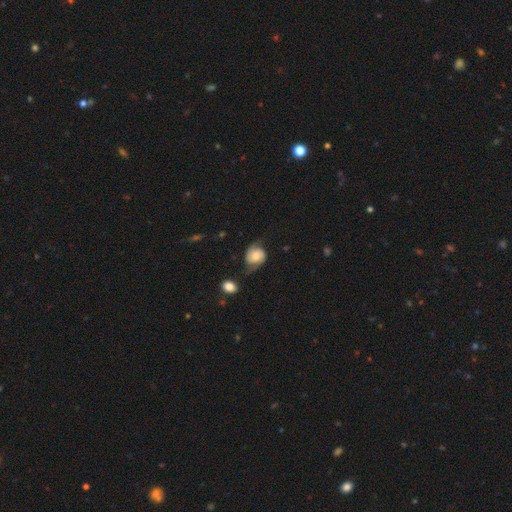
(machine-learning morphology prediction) Smooth or featured: featured or disk — 59% (smooth — 32%)
Edge-on disk: no — 97% (yes — 3%)
Bar: no — 69% (weak — 26%)
Spiral arms: yes — 91% (no — 9%)
Spiral winding: medium — 41% (loose — 36%)
Spiral arm count: 2 — 86% (can't tell — 6%)
Bulge size: moderate — 42% (small — 34%)
Merging: none — 58% (minor disturbance — 26%)